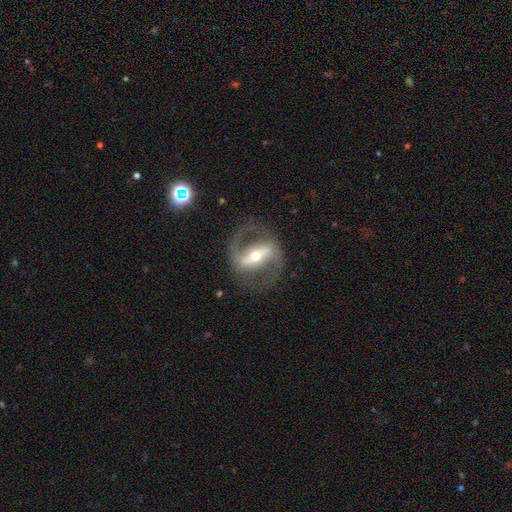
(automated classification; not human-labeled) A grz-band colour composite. It shows a featured or disk galaxy (87%) with a strong bar (66%), 2 (89%) medium (53%) spiral arms (89%) and a moderate central bulge (62%). Merging: none (76%).